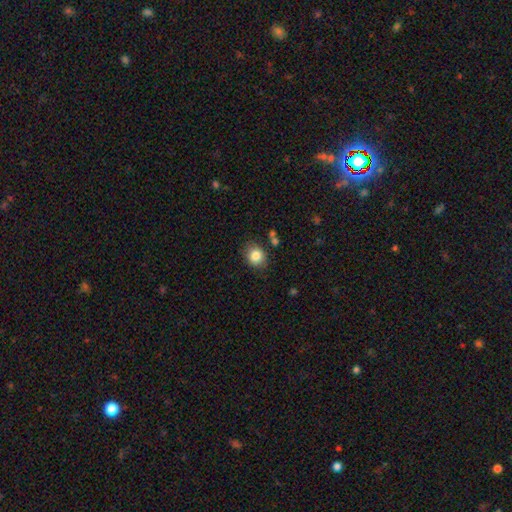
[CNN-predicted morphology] A smooth galaxy with no disk features (84%) that is round (67%).

Vote fractions:
- Smooth or featured? smooth: 84% / star or artifact: 10% / featured or disk: 6%
- How rounded? round: 67% / in between: 33% / cigar-shaped: 1%
- Merging? none: 82% / minor disturbance: 12% / merger: 3% / major disturbance: 3%